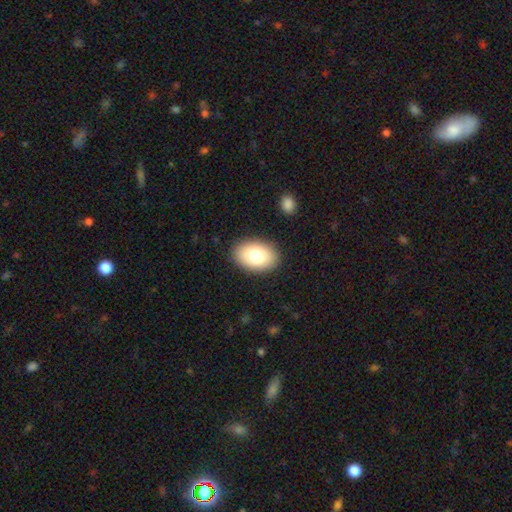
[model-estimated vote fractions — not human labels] Smooth or featured?
  - smooth: 78% *
  - featured or disk: 14%
  - star or artifact: 8%
How rounded?
  - in between: 86% *
  - round: 13%
  - cigar-shaped: 1%
Merging?
  - none: 89% *
  - minor disturbance: 8%
  - major disturbance: 2%
  - merger: 1%